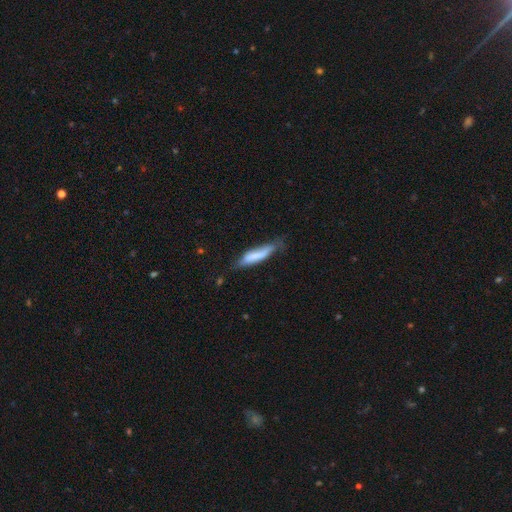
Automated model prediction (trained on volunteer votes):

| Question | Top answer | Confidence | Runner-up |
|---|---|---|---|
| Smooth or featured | smooth | 69% | featured or disk (25%) |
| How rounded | cigar-shaped | 76% | in between (22%) |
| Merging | none | 44% | minor disturbance (37%) |